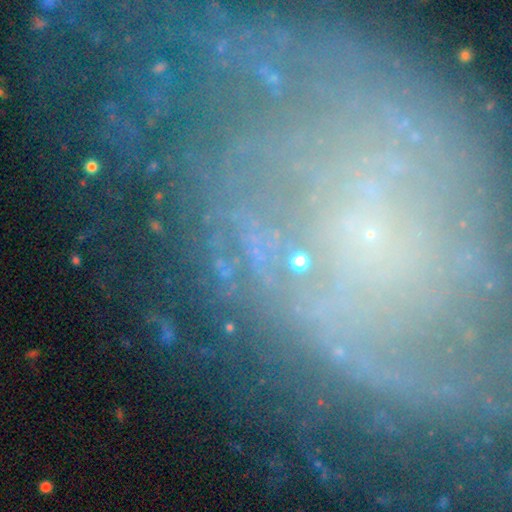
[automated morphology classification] Smooth or featured? star or artifact (54%)